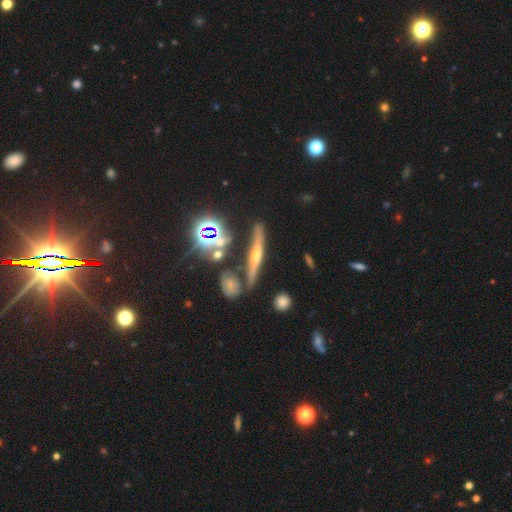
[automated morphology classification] featured or disk 55%, smooth 24%, star or artifact 21%. Down the decision tree: edge-on disk — yes (93%); edge-on bulge — rounded (82%); merging — none (80%).